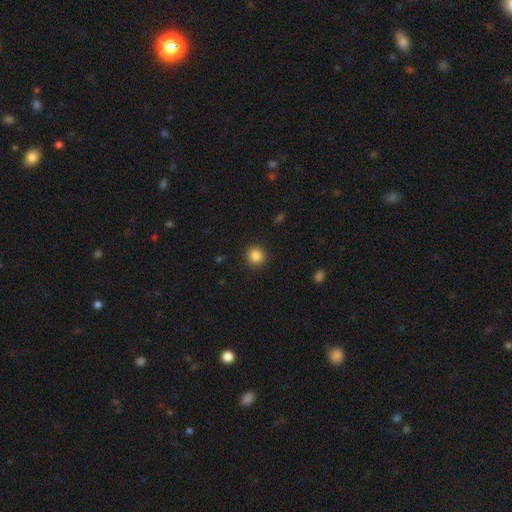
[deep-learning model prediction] A smooth galaxy with no disk features (86%) that is round (91%). Merging: none (92%).